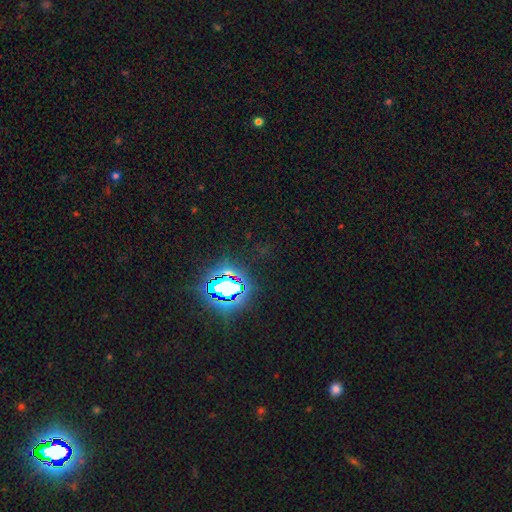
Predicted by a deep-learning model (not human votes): Overall: star or artifact (83%).